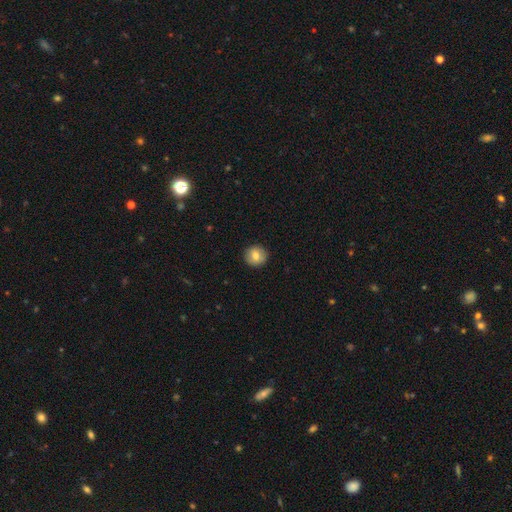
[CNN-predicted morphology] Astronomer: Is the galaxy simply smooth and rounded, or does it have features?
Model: smooth — 78%.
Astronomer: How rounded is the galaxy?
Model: round — 91%.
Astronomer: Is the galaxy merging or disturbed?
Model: none — 90%.